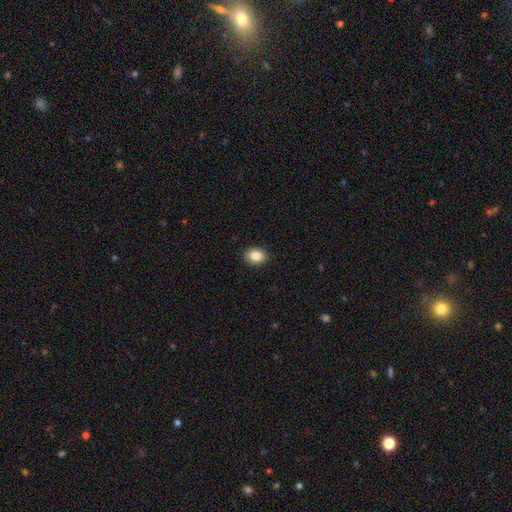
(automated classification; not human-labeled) Smooth or featured?
  - smooth: 87% *
  - star or artifact: 9%
  - featured or disk: 5%
How rounded?
  - in between: 62% *
  - round: 37%
  - cigar-shaped: 1%
Merging?
  - none: 90% *
  - minor disturbance: 7%
  - major disturbance: 2%
  - merger: 1%